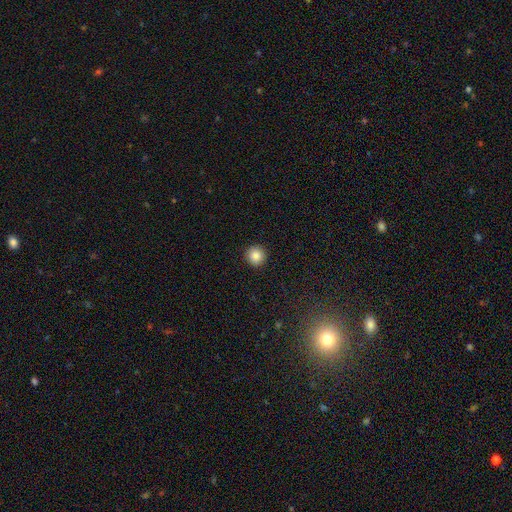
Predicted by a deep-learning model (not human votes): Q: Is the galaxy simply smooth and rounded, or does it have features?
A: smooth — 87%.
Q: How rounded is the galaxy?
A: round — 95%.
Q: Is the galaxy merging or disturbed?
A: none — 93%.